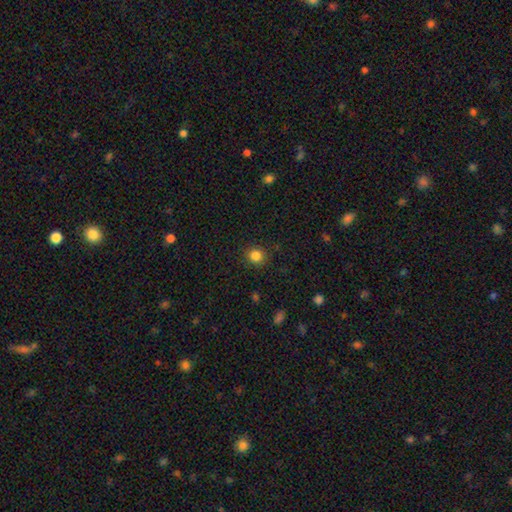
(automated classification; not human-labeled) This appears to be a smooth galaxy with no disk features (84%) that is round (89%). Merging: none (89%).